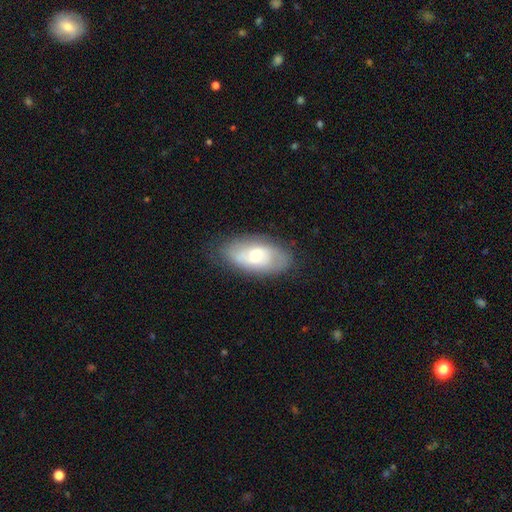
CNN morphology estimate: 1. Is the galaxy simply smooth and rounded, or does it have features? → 48% featured or disk, 45% smooth, 7% star or artifact.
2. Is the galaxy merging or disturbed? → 76% none, 18% minor disturbance, 5% major disturbance, 1% merger.